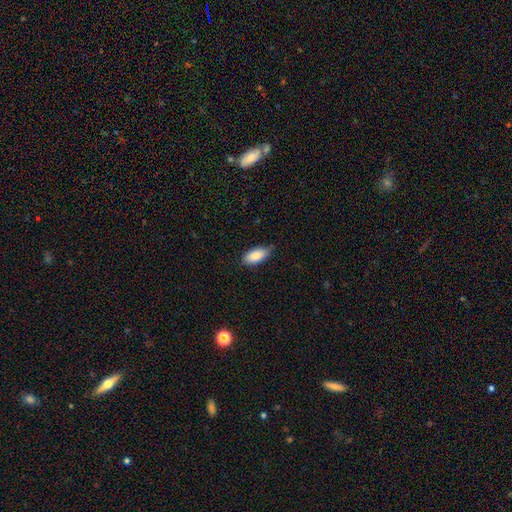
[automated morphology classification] Smooth or featured? Predicted: smooth (p=0.85). How rounded? Predicted: in between (p=0.90). Merging? Predicted: none (p=0.77).